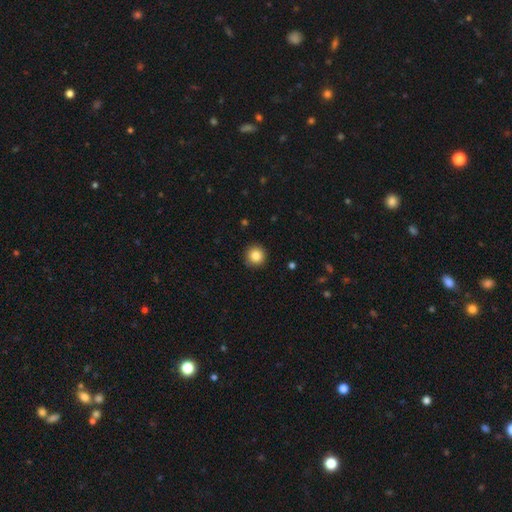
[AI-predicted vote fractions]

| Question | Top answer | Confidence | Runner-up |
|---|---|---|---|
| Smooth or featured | smooth | 85% | star or artifact (10%) |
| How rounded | round | 95% | in between (4%) |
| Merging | none | 91% | minor disturbance (6%) |